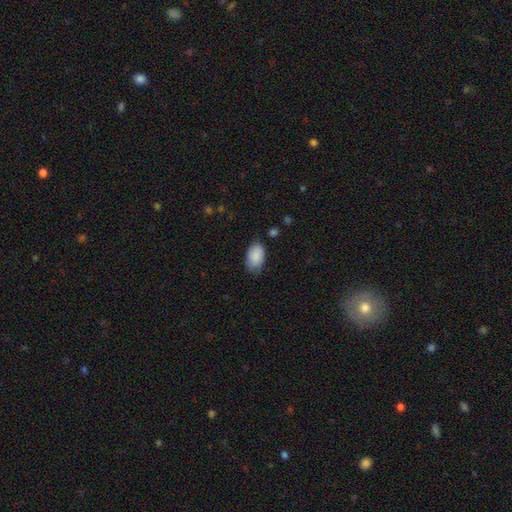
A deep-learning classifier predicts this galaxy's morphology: smooth_or_featured: smooth (p=0.88) [alt: star or artifact p=0.06]
how_rounded: in between (p=0.92) [alt: round p=0.07]
merging: none (p=0.69) [alt: minor disturbance p=0.25]